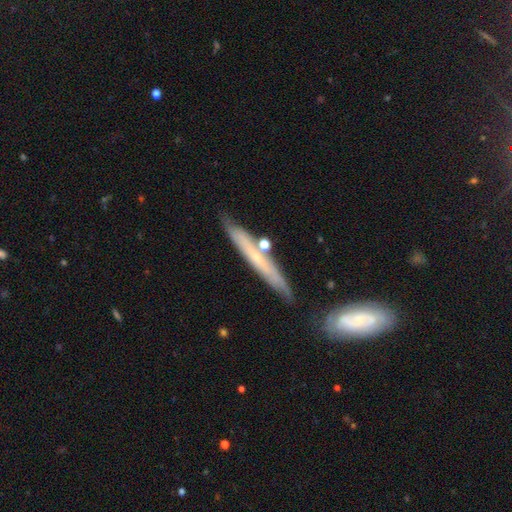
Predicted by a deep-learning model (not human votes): Morphology: type=featured or disk (51%); edge-on=yes (85%); merging=none (77%).